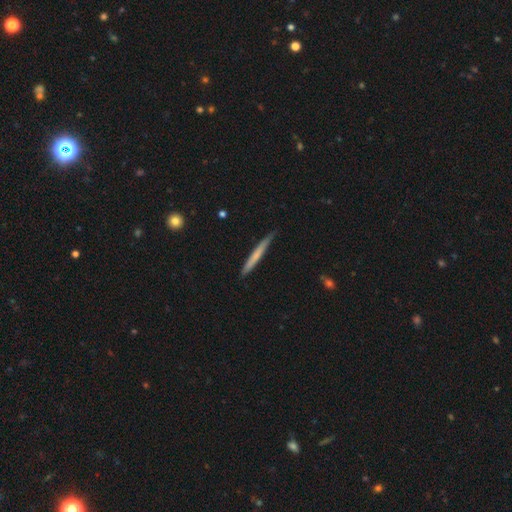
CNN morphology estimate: type=smooth (60%); roundness=cigar-shaped (97%); merging=none (83%).